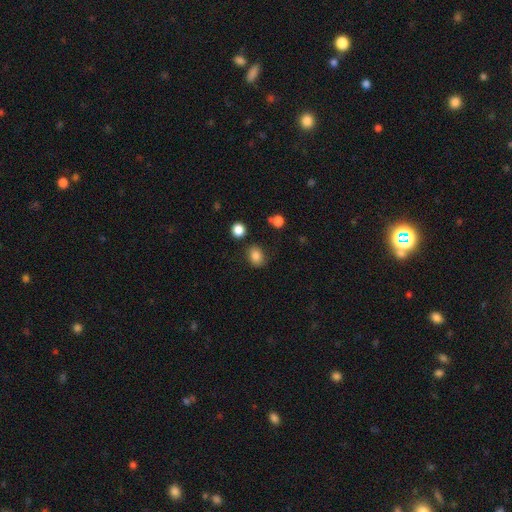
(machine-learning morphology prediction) smooth 84%, star or artifact 11%, featured or disk 5%. Down the decision tree: how rounded — in between (54%); merging — none (80%).